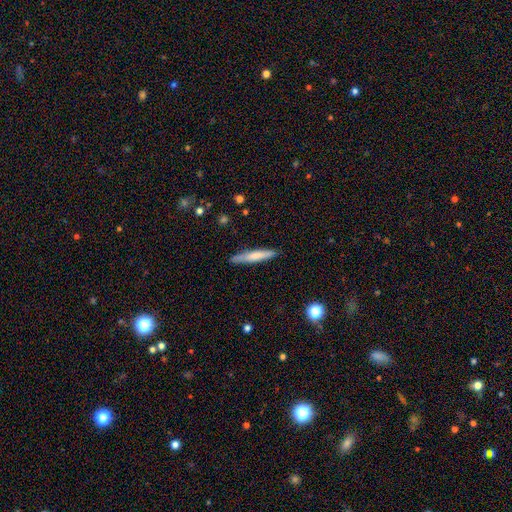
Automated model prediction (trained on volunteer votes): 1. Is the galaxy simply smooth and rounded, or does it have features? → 67% smooth, 28% featured or disk, 5% star or artifact.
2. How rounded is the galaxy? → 93% cigar-shaped, 6% in between, 1% round.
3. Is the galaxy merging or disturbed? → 87% none, 10% minor disturbance, 2% major disturbance, 1% merger.